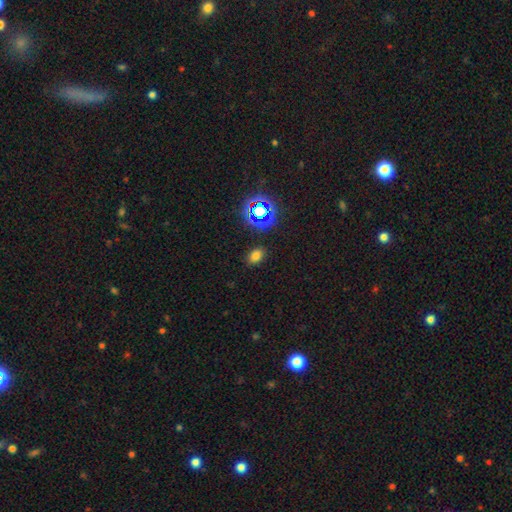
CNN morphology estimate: Smooth or featured?
  - smooth: 71% *
  - star or artifact: 23%
  - featured or disk: 6%
How rounded?
  - in between: 72% *
  - round: 27%
  - cigar-shaped: 1%
Merging?
  - none: 87% *
  - minor disturbance: 9%
  - major disturbance: 3%
  - merger: 2%